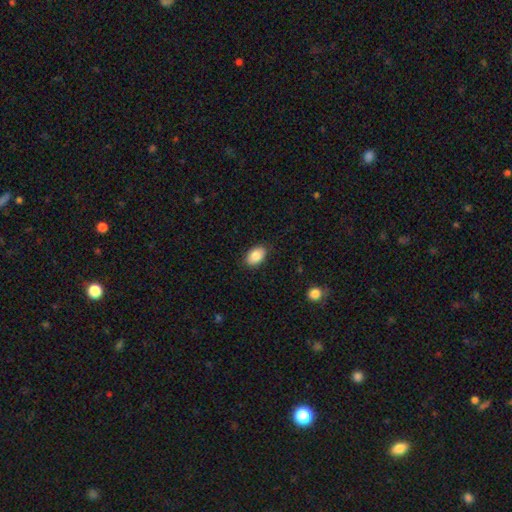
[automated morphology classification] Smooth or featured?
  - smooth: 85% *
  - featured or disk: 8%
  - star or artifact: 7%
How rounded?
  - in between: 87% *
  - round: 12%
  - cigar-shaped: 1%
Merging?
  - none: 87% *
  - minor disturbance: 10%
  - major disturbance: 2%
  - merger: 1%